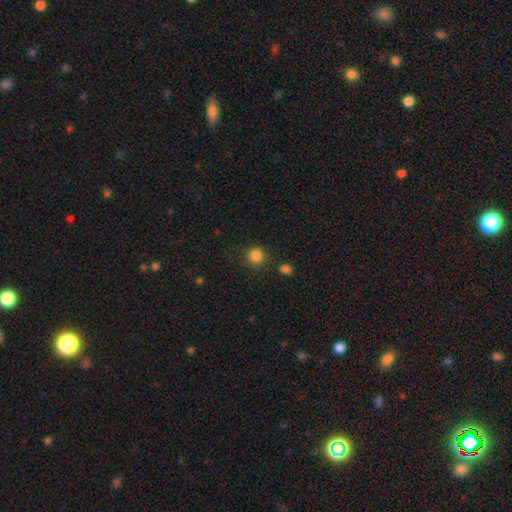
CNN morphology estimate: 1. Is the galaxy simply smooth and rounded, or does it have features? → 85% smooth, 12% star or artifact, 4% featured or disk.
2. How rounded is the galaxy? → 89% round, 10% in between, 1% cigar-shaped.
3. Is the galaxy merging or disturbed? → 82% none, 10% minor disturbance, 4% merger, 4% major disturbance.